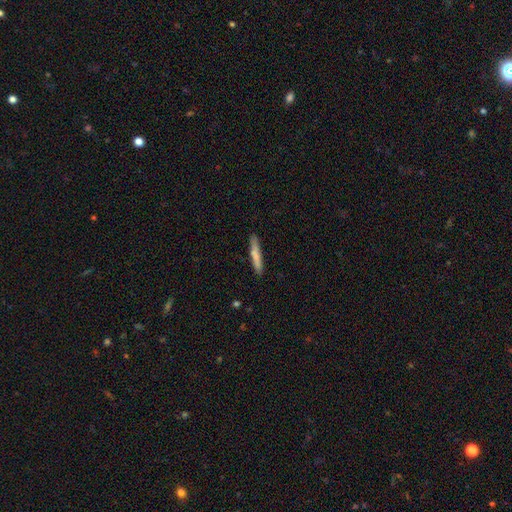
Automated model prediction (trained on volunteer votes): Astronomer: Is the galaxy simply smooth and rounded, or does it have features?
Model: smooth — 75%.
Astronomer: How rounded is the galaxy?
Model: cigar-shaped — 94%.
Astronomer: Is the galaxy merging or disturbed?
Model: none — 86%.